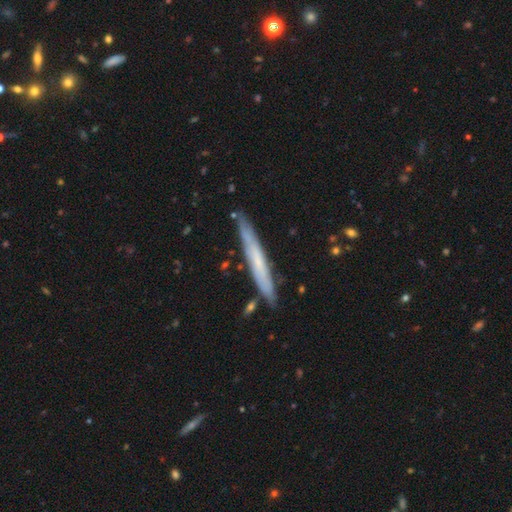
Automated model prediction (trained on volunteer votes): This appears to be a featured or disk galaxy (51%) viewed edge-on (88%). Merging: none (83%).